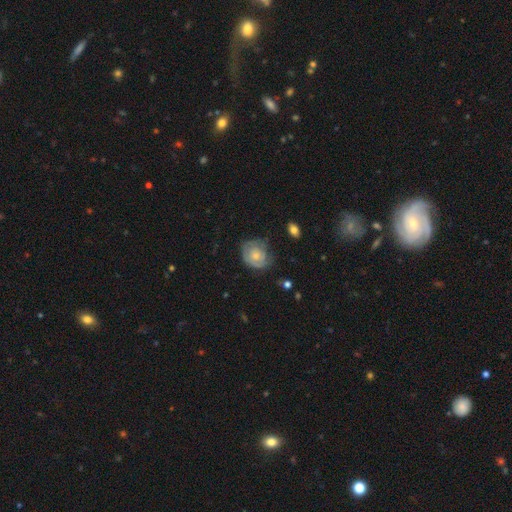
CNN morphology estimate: Overall: featured or disk (60%; smooth 33%). Edge-on disk: no (97%). Bar: no (81%). Spiral arms: yes (78%). Bulge size: small (51%; moderate 39%). Merging: none (59%; minor disturbance 27%).